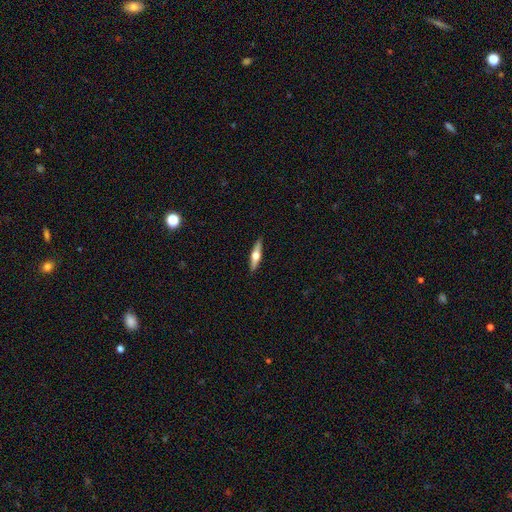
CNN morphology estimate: smooth_or_featured: featured or disk (p=0.58) [alt: smooth p=0.37]
disk_edge_on: yes (p=0.95) [alt: no p=0.05]
edge_on_bulge: rounded (p=0.94) [alt: boxy p=0.03]
merging: none (p=0.90) [alt: minor disturbance p=0.07]